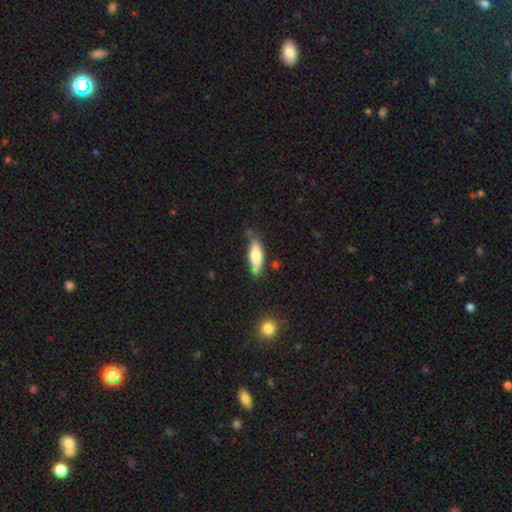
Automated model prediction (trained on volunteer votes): Smooth or featured? smooth (69%)
How rounded? in between (49%, tied with cigar-shaped)
Merging? none (75%)